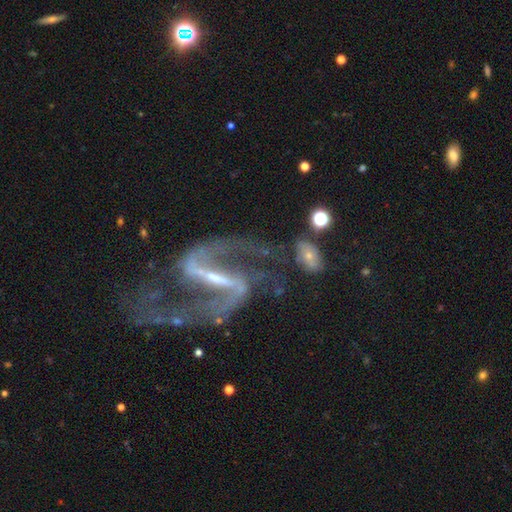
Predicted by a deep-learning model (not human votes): Smooth or featured: featured or disk — 92% (star or artifact — 5%)
Edge-on disk: no — 97% (yes — 3%)
Bar: strong — 69% (weak — 24%)
Spiral arms: yes — 98% (no — 2%)
Spiral winding: loose — 45% (medium — 44%)
Spiral arm count: 2 — 94% (can't tell — 2%)
Bulge size: small — 71% (moderate — 14%)
Merging: none — 59% (minor disturbance — 18%)